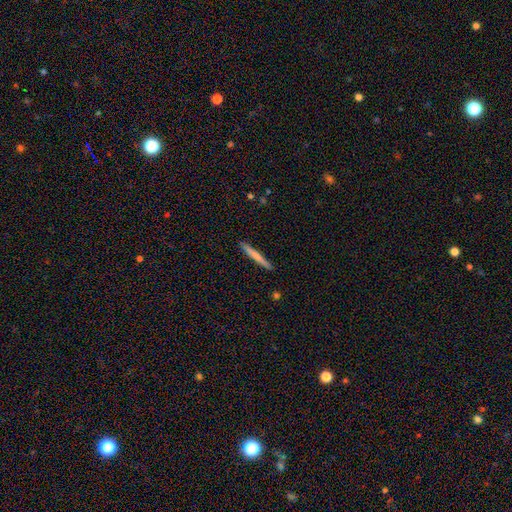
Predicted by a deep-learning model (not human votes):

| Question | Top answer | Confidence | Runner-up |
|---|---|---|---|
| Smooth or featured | smooth | 65% | featured or disk (30%) |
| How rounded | cigar-shaped | 96% | in between (2%) |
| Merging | none | 90% | minor disturbance (7%) |